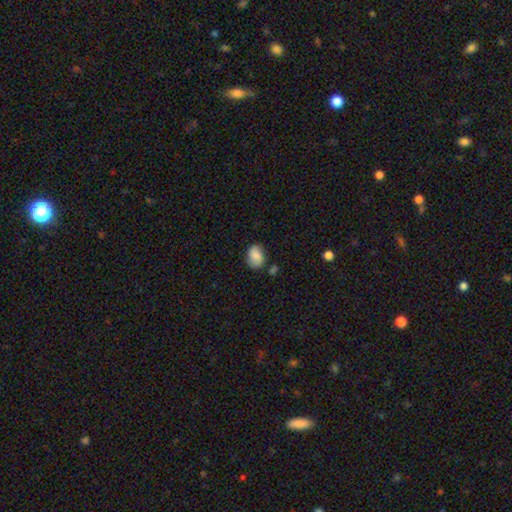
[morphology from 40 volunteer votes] Overall: smooth (82%). How rounded: in between (61%; round 39%). Merging: none (49%; minor disturbance 41%).